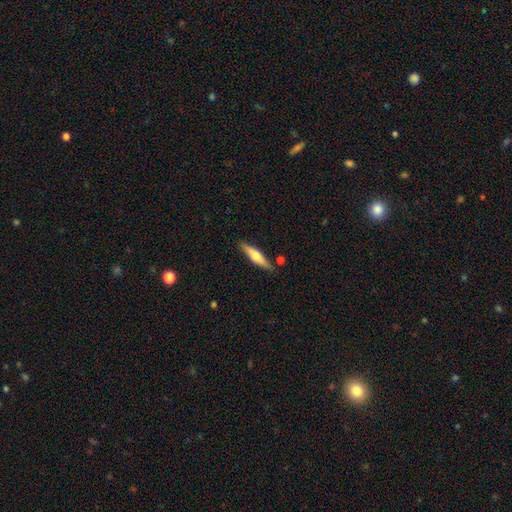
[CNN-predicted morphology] Q: Smooth or featured?
A: smooth (49%); runner-up: featured or disk (46%)
Q: Merging?
A: none (85%); runner-up: minor disturbance (10%)